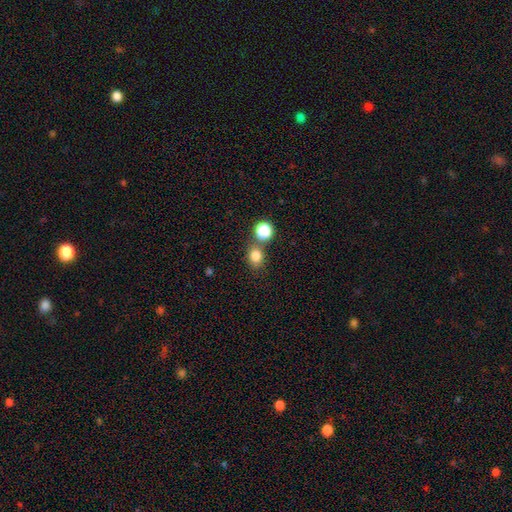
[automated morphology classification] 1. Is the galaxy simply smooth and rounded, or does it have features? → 80% smooth, 14% star or artifact, 6% featured or disk.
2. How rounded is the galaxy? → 68% round, 31% in between, 1% cigar-shaped.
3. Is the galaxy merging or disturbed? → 67% none, 20% merger, 10% minor disturbance, 3% major disturbance.